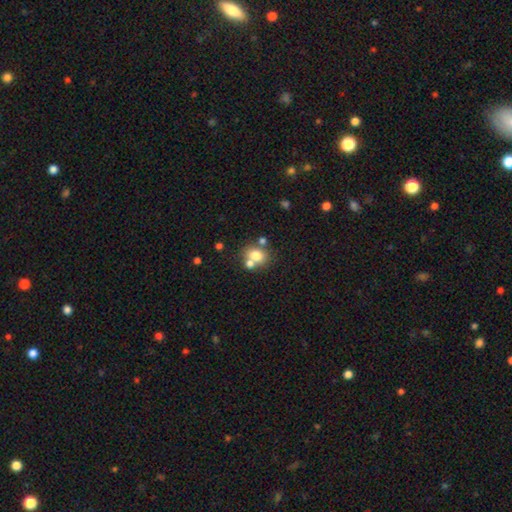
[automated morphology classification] Smooth or featured?
  - smooth: 74% *
  - featured or disk: 15%
  - star or artifact: 12%
How rounded?
  - round: 59% *
  - in between: 40%
  - cigar-shaped: 1%
Merging?
  - none: 52% *
  - merger: 33%
  - minor disturbance: 10%
  - major disturbance: 4%